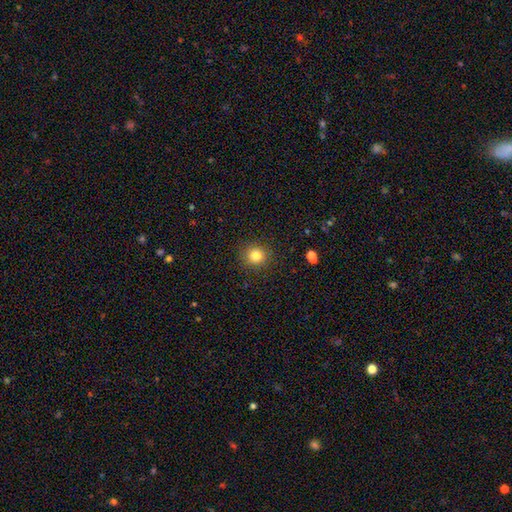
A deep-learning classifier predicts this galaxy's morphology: smooth-or-featured: smooth: 83% | star or artifact: 12% | featured or disk: 6%
  how-rounded: round: 91% | in between: 8% | cigar-shaped: 1%
  merging: none: 90% | minor disturbance: 6% | major disturbance: 2% | merger: 1%